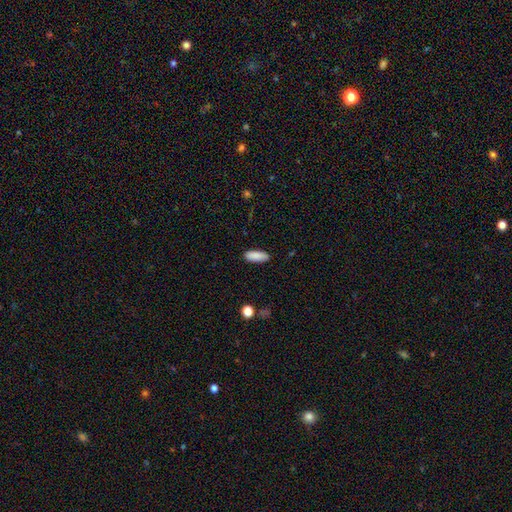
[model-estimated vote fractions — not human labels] Smooth or featured?
  - smooth: 89% *
  - star or artifact: 7%
  - featured or disk: 5%
How rounded?
  - in between: 75% *
  - cigar-shaped: 23%
  - round: 2%
Merging?
  - none: 88% *
  - minor disturbance: 9%
  - major disturbance: 2%
  - merger: 1%